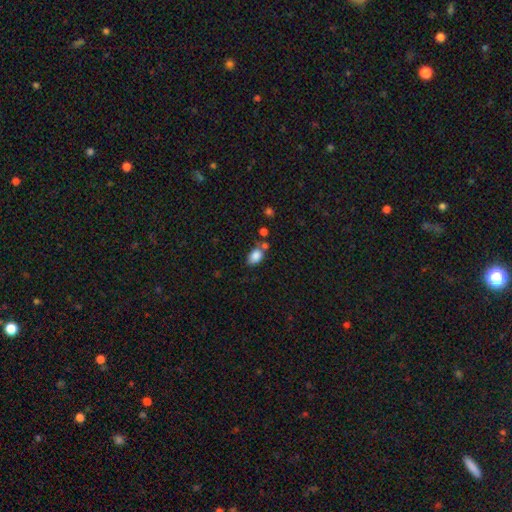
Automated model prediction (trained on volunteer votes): The model was most divided on "merging": none: 56%, merger: 21%, minor disturbance: 17%, major disturbance: 6%. More confident: how rounded — in between (86%); smooth or featured — smooth (85%).